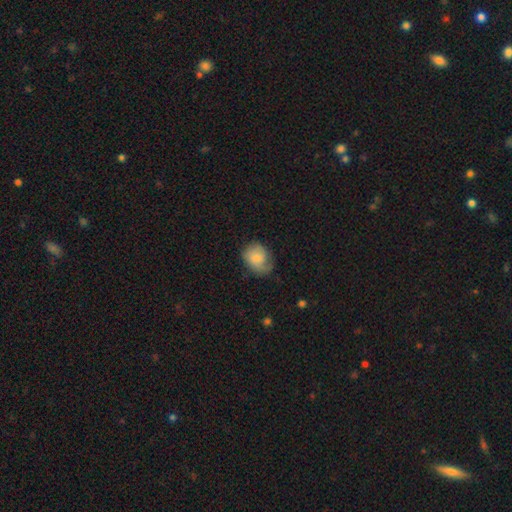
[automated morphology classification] Q: Smooth or featured?
A: smooth (66%); runner-up: featured or disk (26%)
Q: How rounded?
A: in between (53%); runner-up: round (47%)
Q: Merging?
A: none (53%); runner-up: minor disturbance (32%)